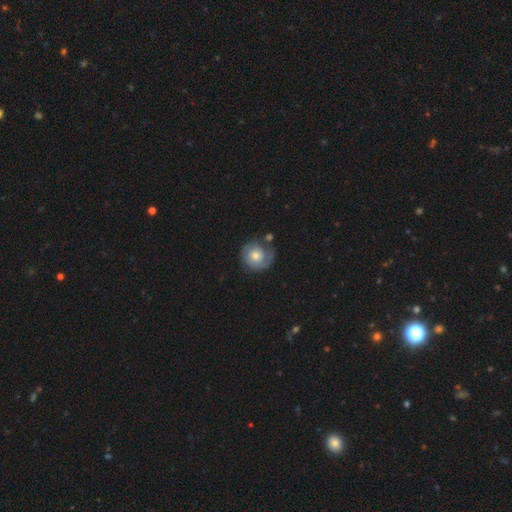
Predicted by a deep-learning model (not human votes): smooth-or-featured: featured or disk: 65% | smooth: 29% | star or artifact: 7%
  disk-edge-on: no: 98% | yes: 2%
    bar: no: 79% | weak: 18% | strong: 3%
    has-spiral-arms: yes: 87% | no: 13%
      spiral-winding: tight: 61% | medium: 28% | loose: 11%
      spiral-arm-count: 2: 58% | 1: 20% | can't tell: 15% | 3: 4% | 4: 2% | more than 4: 2%
    bulge-size: moderate: 62% | small: 30% | large: 5% | none: 1% | dominant: 1%
  merging: none: 64% | minor disturbance: 19% | major disturbance: 10% | merger: 6%